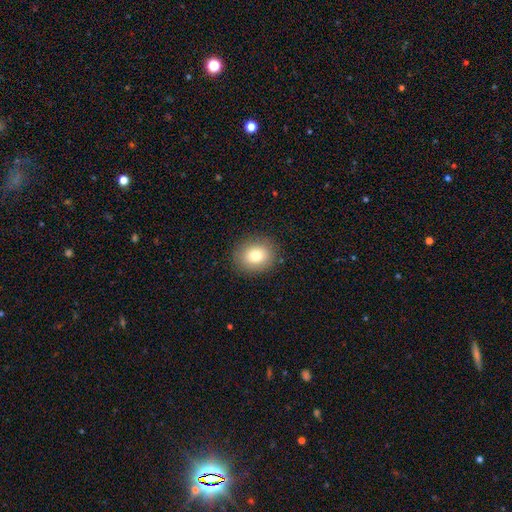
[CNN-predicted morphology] A smooth galaxy with no disk features (78%) that is round (67%).

Vote fractions:
- Smooth or featured? smooth: 78% / featured or disk: 11% / star or artifact: 10%
- How rounded? round: 67% / in between: 33% / cigar-shaped: 1%
- Merging? none: 87% / minor disturbance: 9% / major disturbance: 3% / merger: 1%